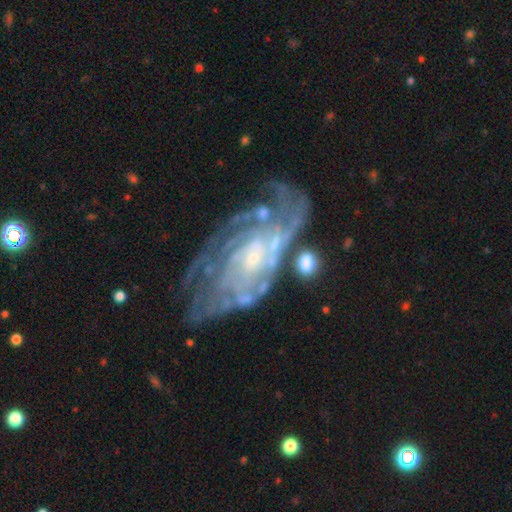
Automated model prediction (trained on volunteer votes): A featured or disk galaxy (86%) with no bar (64%), tight (63%) spiral arms (90%) and a small central bulge (72%). Merging: none (55%).